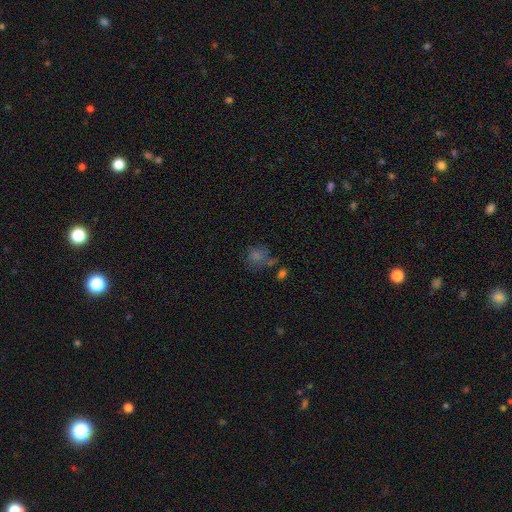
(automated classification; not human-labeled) Morphology: type=smooth (55%); roundness=round (77%); merging=none (57%).